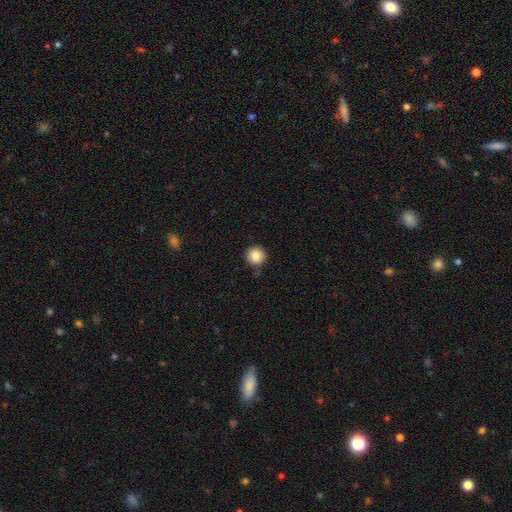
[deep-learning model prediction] Smooth or featured?
  - smooth: 86% *
  - star or artifact: 9%
  - featured or disk: 4%
How rounded?
  - round: 94% *
  - in between: 5%
  - cigar-shaped: 1%
Merging?
  - none: 88% *
  - minor disturbance: 8%
  - major disturbance: 2%
  - merger: 2%